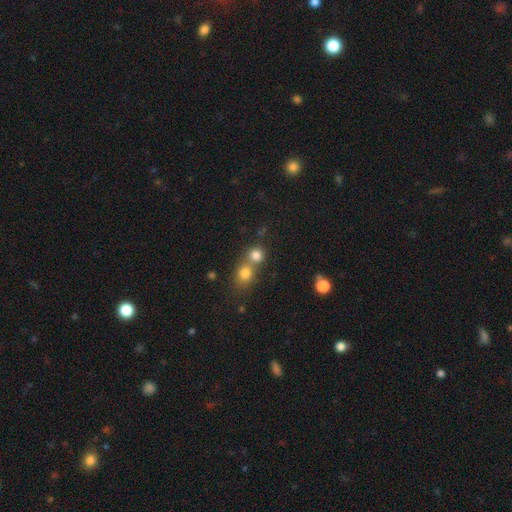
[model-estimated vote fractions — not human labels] A smooth galaxy with no disk features (79%) that is round (83%).

Vote fractions:
- Smooth or featured? smooth: 79% / star or artifact: 14% / featured or disk: 8%
- How rounded? round: 83% / in between: 16% / cigar-shaped: 1%
- Merging? merger: 47% / none: 44% / minor disturbance: 6% / major disturbance: 3%